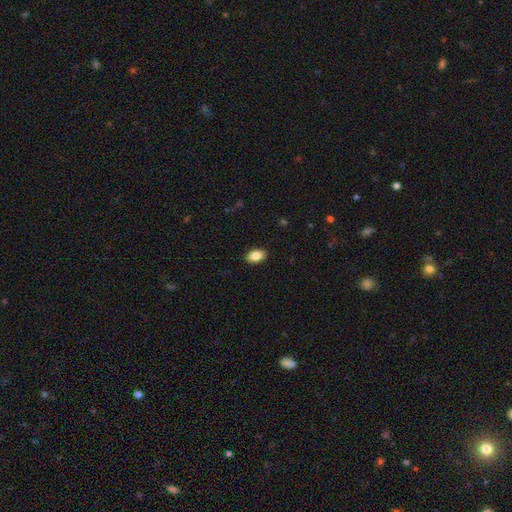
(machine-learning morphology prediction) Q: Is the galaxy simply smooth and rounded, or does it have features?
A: smooth — 86%.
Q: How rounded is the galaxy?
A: in between — 91%.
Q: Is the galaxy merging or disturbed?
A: none — 90%.